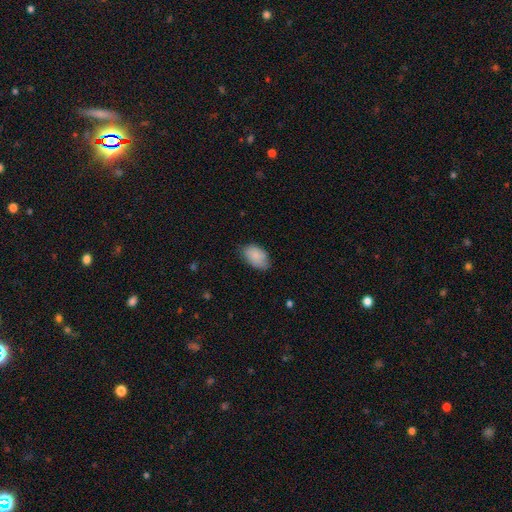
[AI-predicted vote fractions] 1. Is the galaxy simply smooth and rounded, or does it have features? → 85% smooth, 8% featured or disk, 6% star or artifact.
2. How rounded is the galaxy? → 92% in between, 7% round, 1% cigar-shaped.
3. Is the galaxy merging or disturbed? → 70% none, 24% minor disturbance, 4% major disturbance, 1% merger.